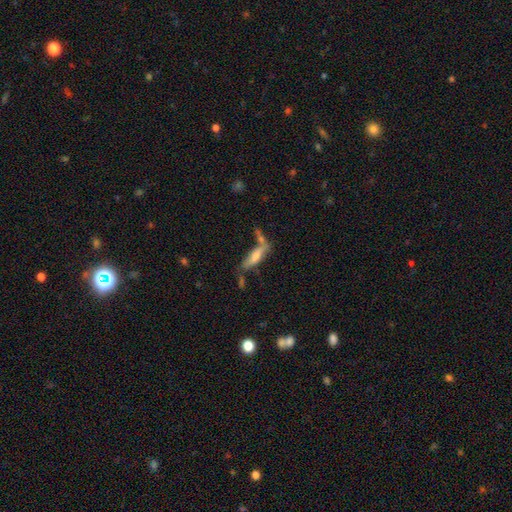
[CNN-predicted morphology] A featured or disk galaxy (48%).

Vote fractions:
- Smooth or featured? featured or disk: 48% / smooth: 41% / star or artifact: 10%
- Merging? none: 52% / minor disturbance: 19% / merger: 19% / major disturbance: 10%